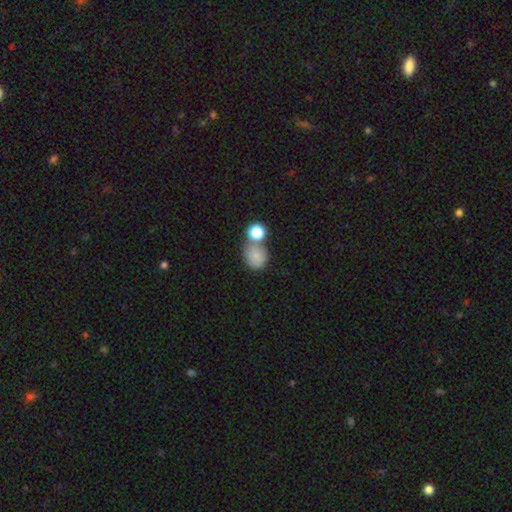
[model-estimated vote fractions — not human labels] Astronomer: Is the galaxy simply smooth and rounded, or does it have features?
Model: smooth — 81%.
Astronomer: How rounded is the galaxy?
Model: round — 66%.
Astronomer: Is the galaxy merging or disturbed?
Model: none — 52% (runner-up: merger, 29%).